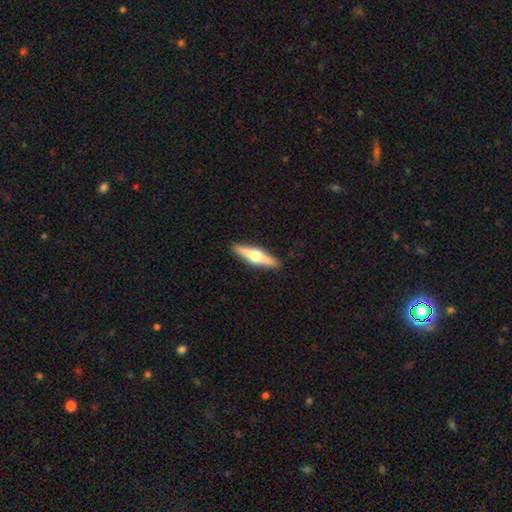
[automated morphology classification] A featured or disk galaxy (61%) viewed edge-on (96%) with a rounded central bulge (95%). Merging: none (91%).